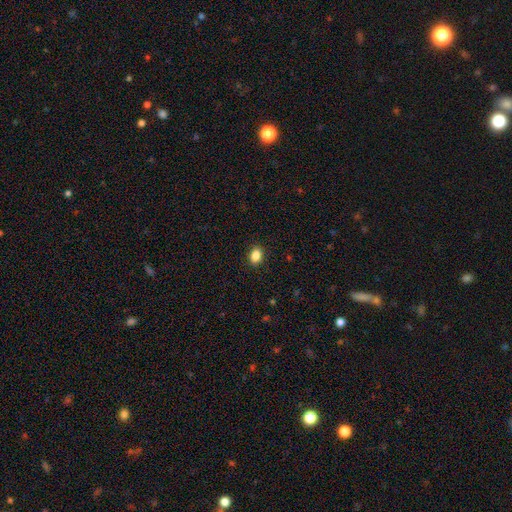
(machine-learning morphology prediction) smooth_or_featured: smooth (p=0.86) [alt: star or artifact p=0.09]
how_rounded: in between (p=0.71) [alt: round p=0.28]
merging: none (p=0.90) [alt: minor disturbance p=0.07]